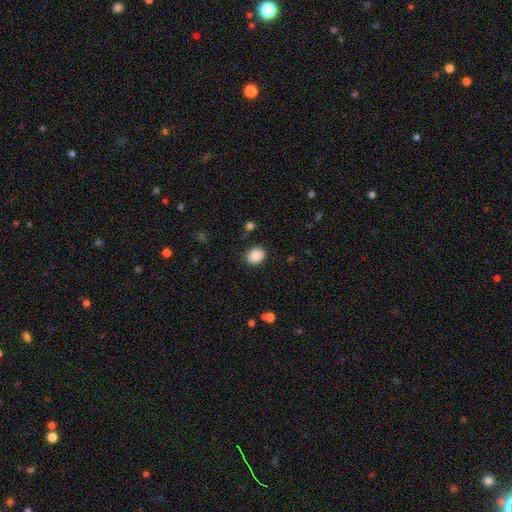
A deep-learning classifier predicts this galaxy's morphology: A smooth galaxy with no disk features (87%) that is round (57%). Merging: none (85%).